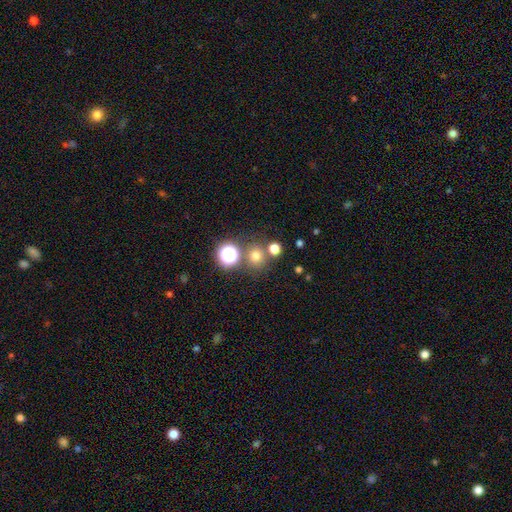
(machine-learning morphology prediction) smooth-or-featured: smooth: 70% | star or artifact: 22% | featured or disk: 7%
  how-rounded: round: 88% | in between: 11% | cigar-shaped: 1%
  merging: none: 73% | merger: 15% | minor disturbance: 8% | major disturbance: 4%